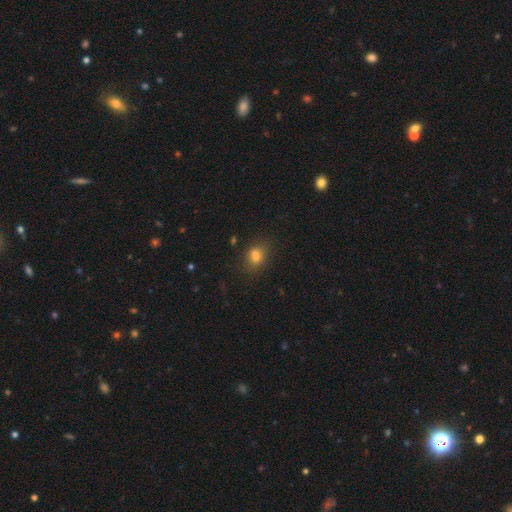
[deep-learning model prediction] Smooth or featured? Predicted: smooth (p=0.75). How rounded? Predicted: in between (p=0.62). Merging? Predicted: none (p=0.63).